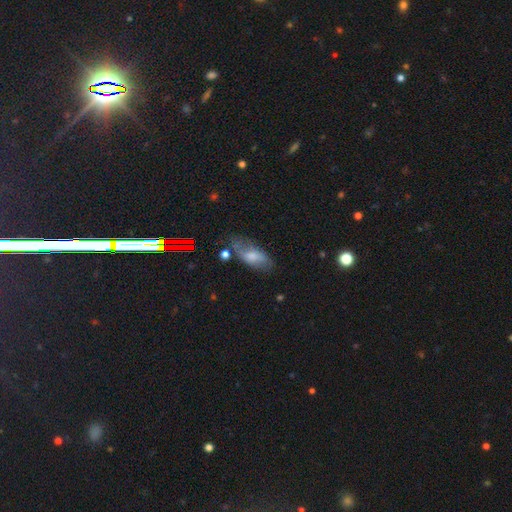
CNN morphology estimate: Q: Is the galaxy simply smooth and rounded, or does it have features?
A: smooth — 42%.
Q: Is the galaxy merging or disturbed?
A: none — 63%.